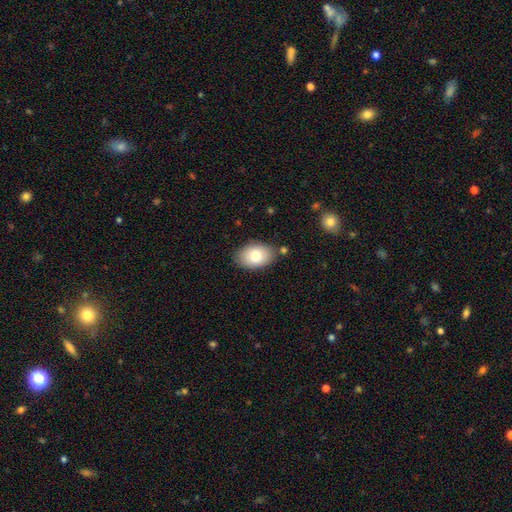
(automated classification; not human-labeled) Smooth or featured? smooth (78%)
How rounded? in between (88%)
Merging? none (81%)